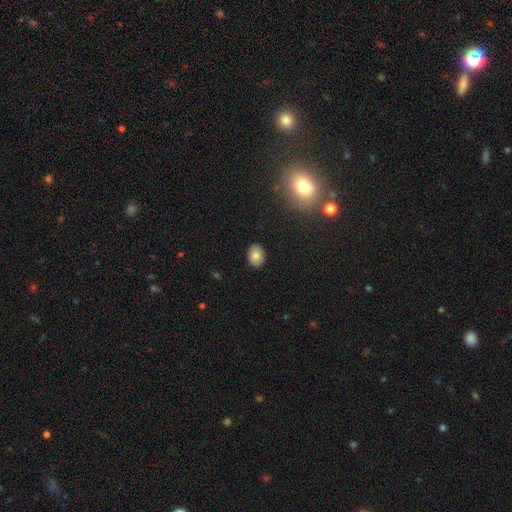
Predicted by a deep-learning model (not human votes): Smooth or featured?
  - smooth: 79% *
  - featured or disk: 11%
  - star or artifact: 10%
How rounded?
  - in between: 68% *
  - round: 31%
  - cigar-shaped: 1%
Merging?
  - none: 88% *
  - minor disturbance: 9%
  - major disturbance: 2%
  - merger: 1%